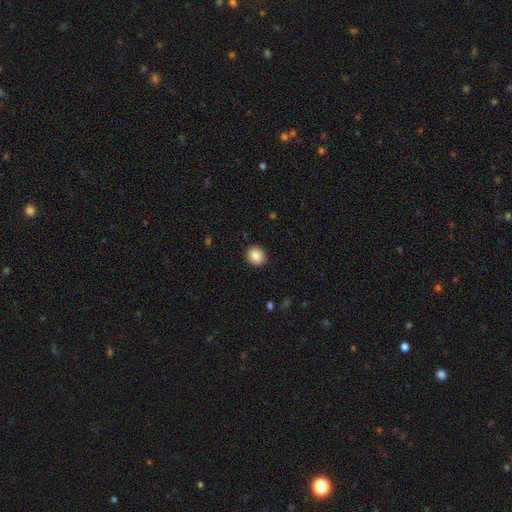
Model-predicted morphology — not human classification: This is clearly a smooth galaxy (87%). How rounded: likely round (79%). Merging: clearly none (89%).